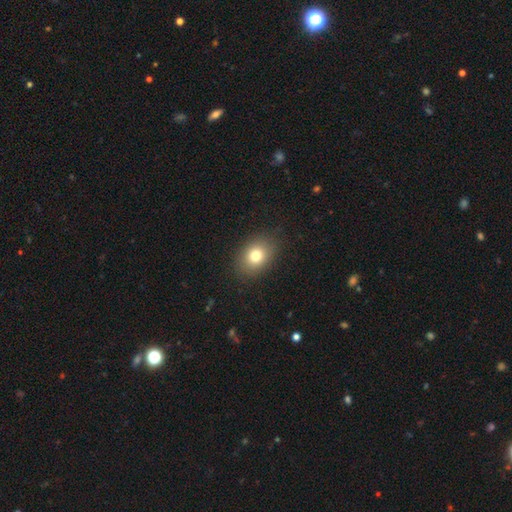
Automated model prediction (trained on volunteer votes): A smooth galaxy with no disk features (78%) that is in between round and cigar-shaped (62%). Merging: none (86%).